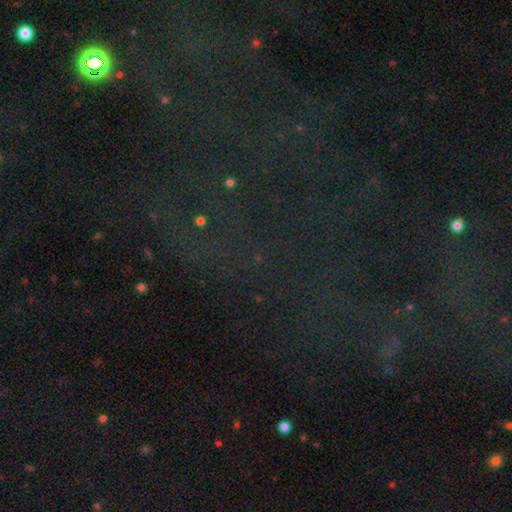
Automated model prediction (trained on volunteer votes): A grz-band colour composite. It shows a star or artifact, not a galaxy (74%).